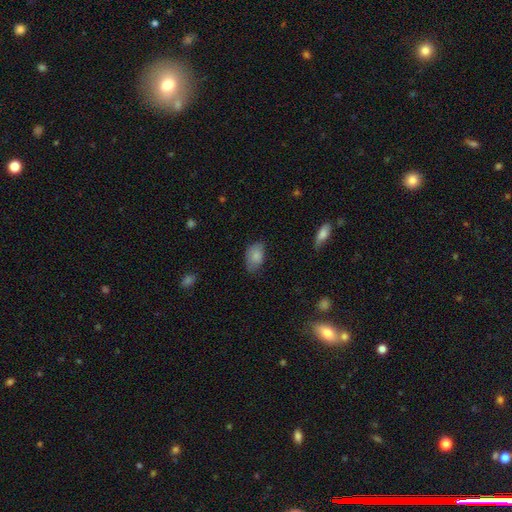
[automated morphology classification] A smooth galaxy with no disk features (84%) that is in between round and cigar-shaped (90%). Merging: none (66%).